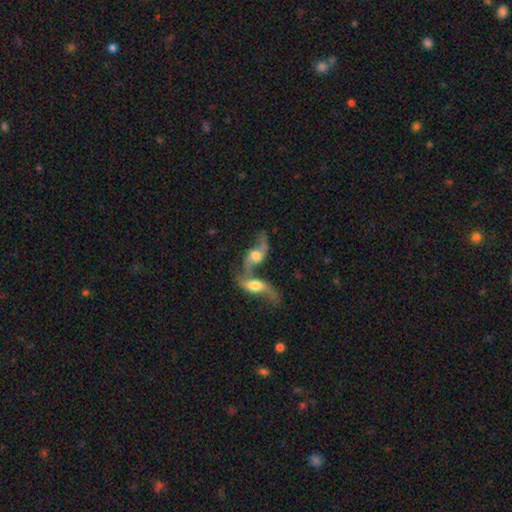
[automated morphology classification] featured or disk 71%, smooth 21%, star or artifact 8%. Down the decision tree: edge-on disk — no (88%); bar — no (56%); spiral arms — yes (87%); spiral arm count — 2 (84%); spiral winding — loose (85%); bulge size — moderate (52%); merging — merger (76%).